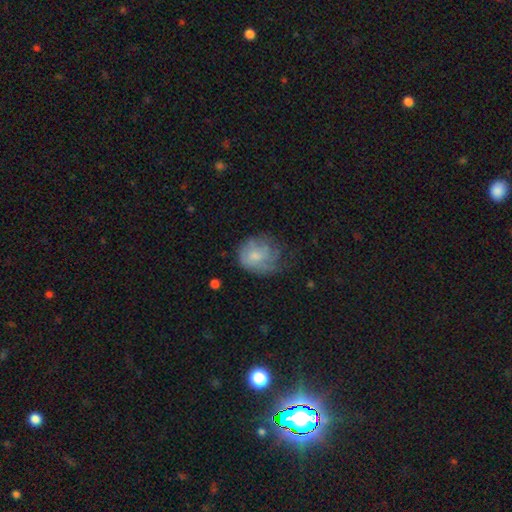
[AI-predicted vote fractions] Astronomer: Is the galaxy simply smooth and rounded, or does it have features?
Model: smooth — 60%.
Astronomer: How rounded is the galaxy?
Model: round — 70%.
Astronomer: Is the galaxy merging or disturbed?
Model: none — 44% (runner-up: minor disturbance, 31%).